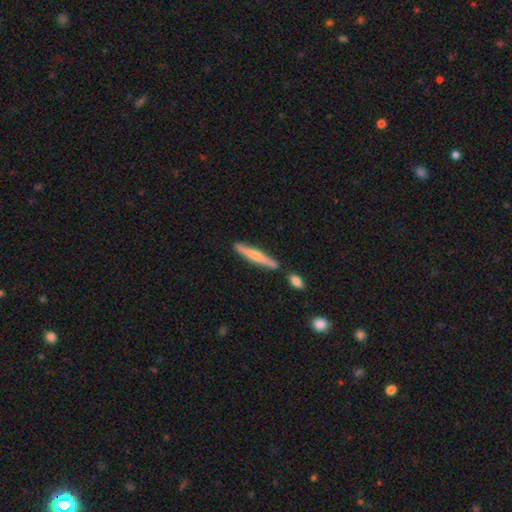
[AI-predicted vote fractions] smooth_or_featured: smooth (p=0.51) [alt: featured or disk p=0.43]
how_rounded: cigar-shaped (p=0.93) [alt: in between p=0.05]
merging: none (p=0.79) [alt: minor disturbance p=0.10]